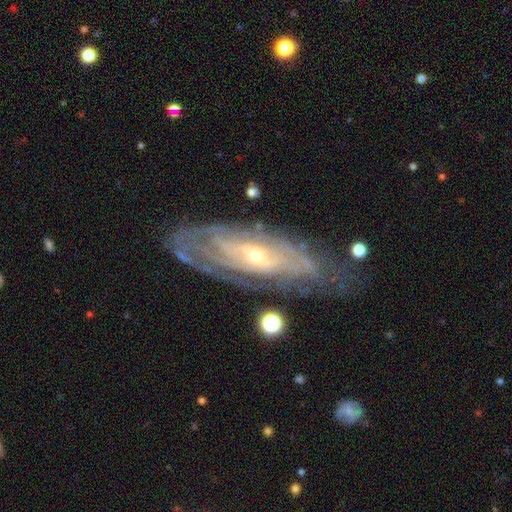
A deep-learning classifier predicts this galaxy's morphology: Smooth or featured? featured or disk (83%)
Edge-on disk? no (82%)
Bar? no (63%)
Spiral arms? yes (86%)
Spiral winding? tight (76%)
Spiral arm count? can't tell (62%)
Bulge size? small (68%)
Merging? none (73%)